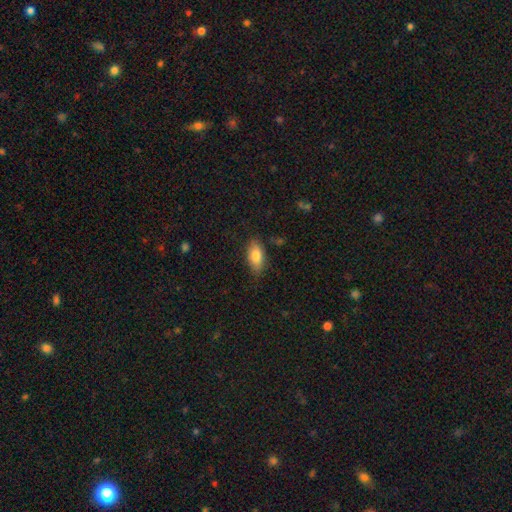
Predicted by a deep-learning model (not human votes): Overall: smooth (81%). How rounded: in between (90%). Merging: none (79%).